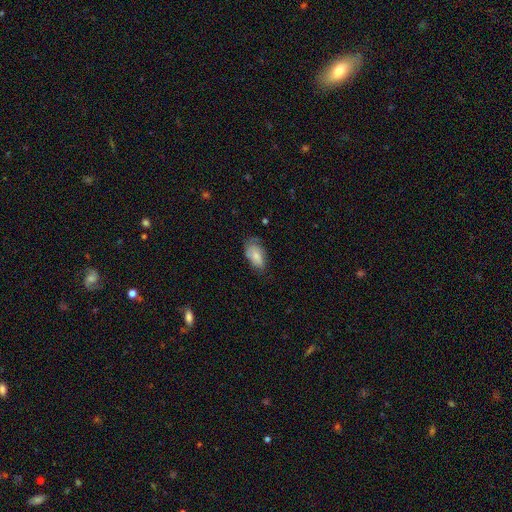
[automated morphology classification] smooth 69%, featured or disk 24%, star or artifact 7%. Down the decision tree: how rounded — in between (92%); merging — none (53%).